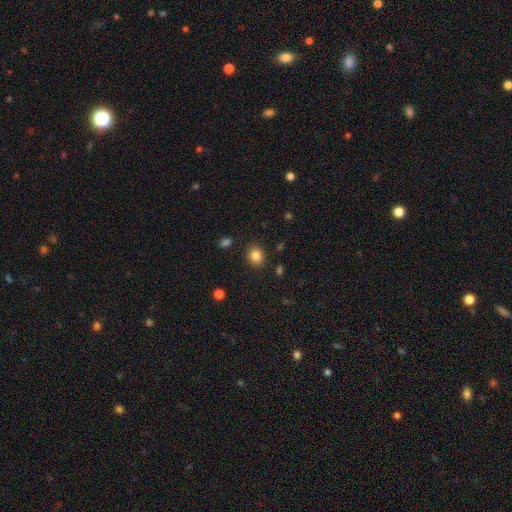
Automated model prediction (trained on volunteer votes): smooth 84%, star or artifact 11%, featured or disk 5%. Down the decision tree: how rounded — round (62%); merging — none (86%).